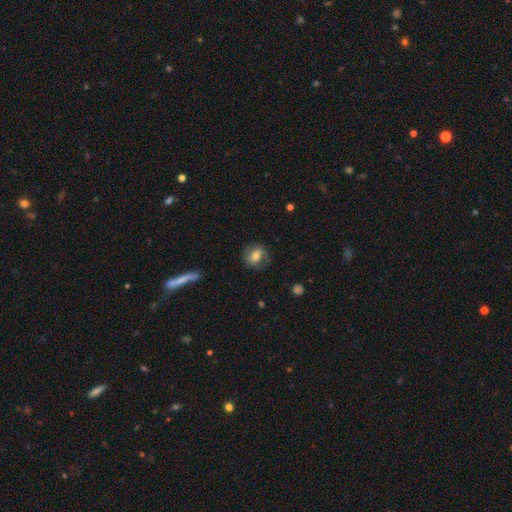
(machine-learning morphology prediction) Smooth or featured: smooth — 55% (featured or disk — 37%)
How rounded: round — 60% (in between — 38%)
Merging: none — 73% (minor disturbance — 17%)